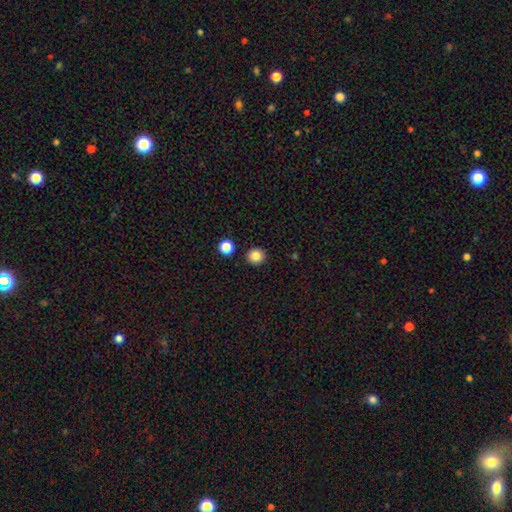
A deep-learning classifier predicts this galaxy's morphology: Smooth or featured? smooth (85%)
How rounded? round (91%)
Merging? none (90%)